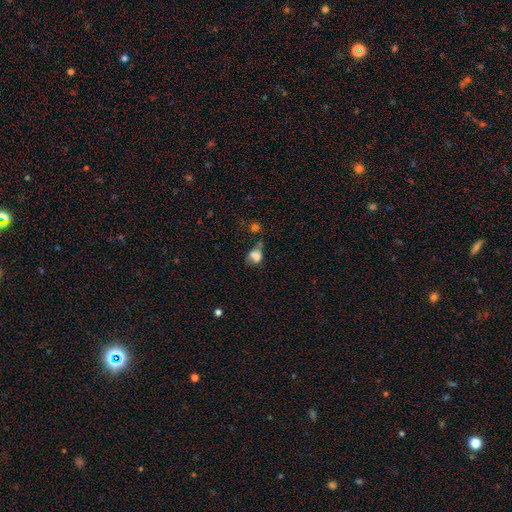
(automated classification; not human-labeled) Overall: smooth (66%). How rounded: in between (63%; round 35%). Merging: merger (31%; none 24%).